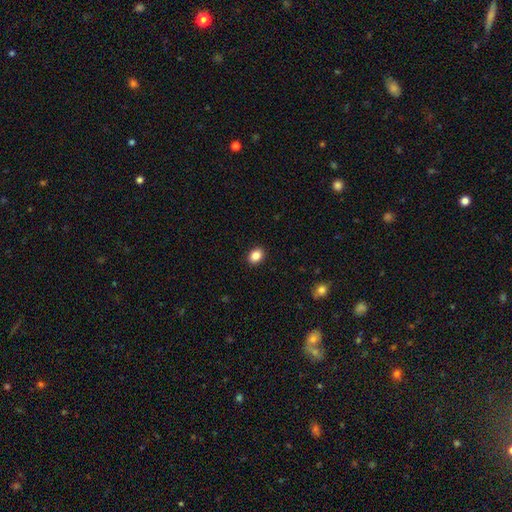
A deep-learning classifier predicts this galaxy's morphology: Overall: smooth (86%). How rounded: in between (62%; round 37%). Merging: none (91%).